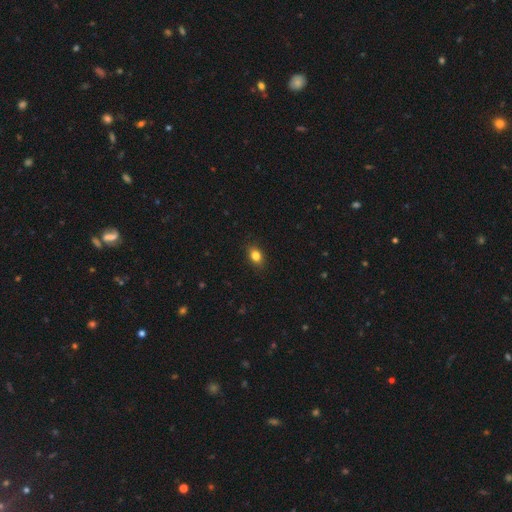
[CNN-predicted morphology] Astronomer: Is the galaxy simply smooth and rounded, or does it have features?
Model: smooth — 83%.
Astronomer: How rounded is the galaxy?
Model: in between — 73%.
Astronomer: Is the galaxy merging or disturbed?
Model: none — 87%.